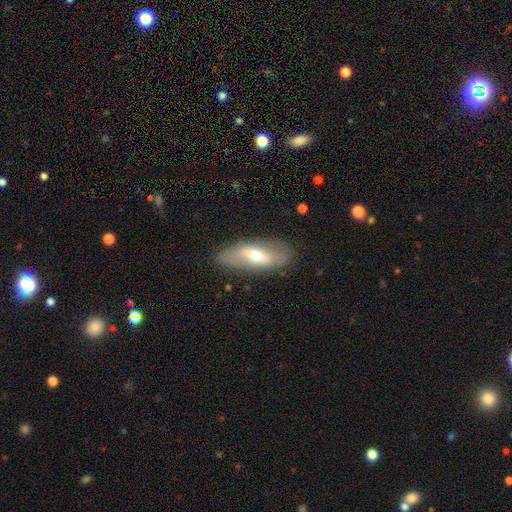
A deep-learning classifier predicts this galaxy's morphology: This is possibly a featured or disk galaxy (56%). It is likely not viewed edge-on (72%). Merging: likely none (79%).